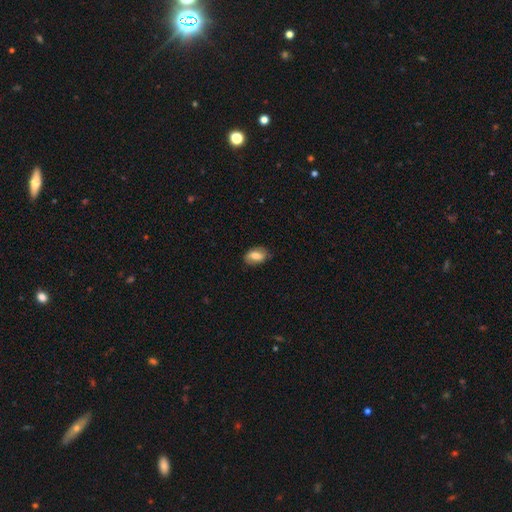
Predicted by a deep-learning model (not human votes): Smooth or featured? smooth (68%)
How rounded? in between (89%)
Merging? none (75%)